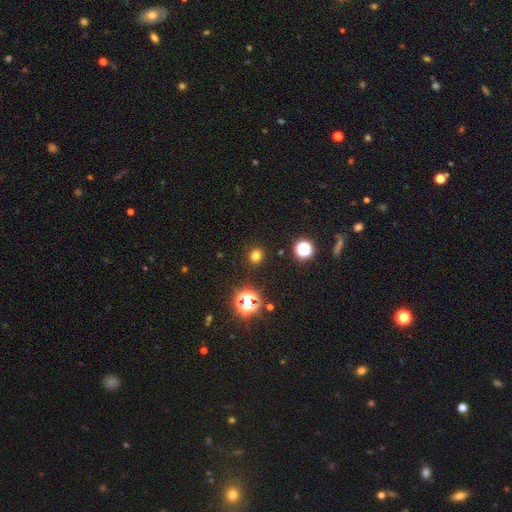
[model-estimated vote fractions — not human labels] Smooth or featured?
  - smooth: 75% *
  - star or artifact: 20%
  - featured or disk: 5%
How rounded?
  - round: 81% *
  - in between: 18%
  - cigar-shaped: 1%
Merging?
  - none: 91% *
  - minor disturbance: 6%
  - major disturbance: 2%
  - merger: 1%